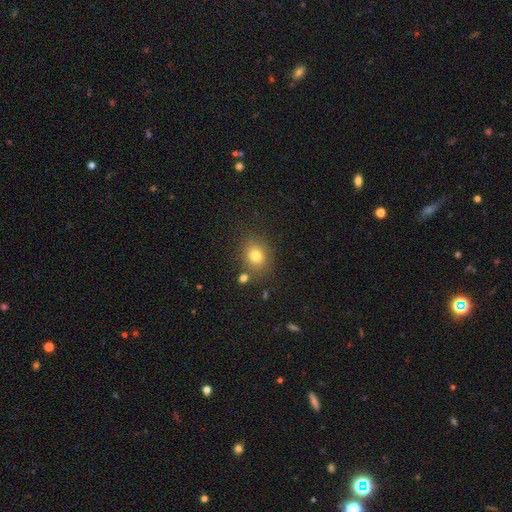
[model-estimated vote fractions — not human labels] smooth-or-featured: smooth: 77% | star or artifact: 14% | featured or disk: 9%
  how-rounded: round: 61% | in between: 38% | cigar-shaped: 1%
  merging: none: 79% | minor disturbance: 11% | merger: 6% | major disturbance: 4%